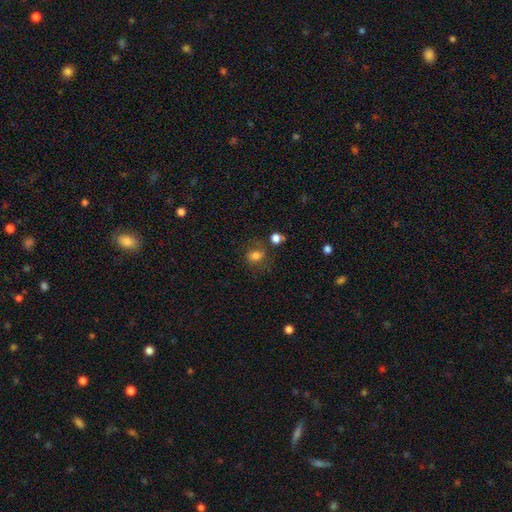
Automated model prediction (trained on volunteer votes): Smooth or featured?
  - smooth: 75% *
  - star or artifact: 14%
  - featured or disk: 11%
How rounded?
  - in between: 52% *
  - round: 47%
  - cigar-shaped: 1%
Merging?
  - none: 63% *
  - minor disturbance: 19%
  - major disturbance: 10%
  - merger: 8%